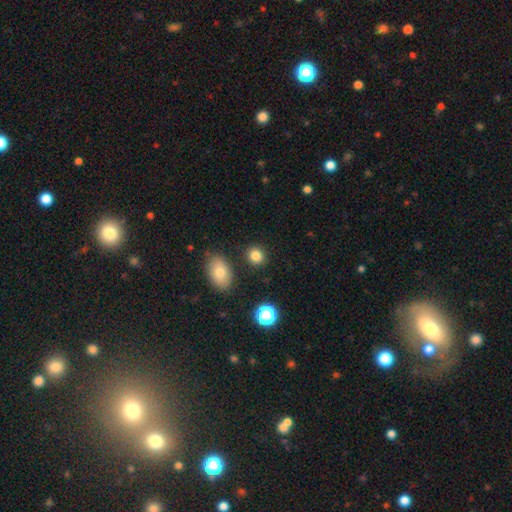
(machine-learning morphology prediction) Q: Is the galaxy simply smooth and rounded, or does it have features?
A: smooth — 83%.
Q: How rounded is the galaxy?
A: round — 74%.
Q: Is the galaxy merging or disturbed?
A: none — 86%.